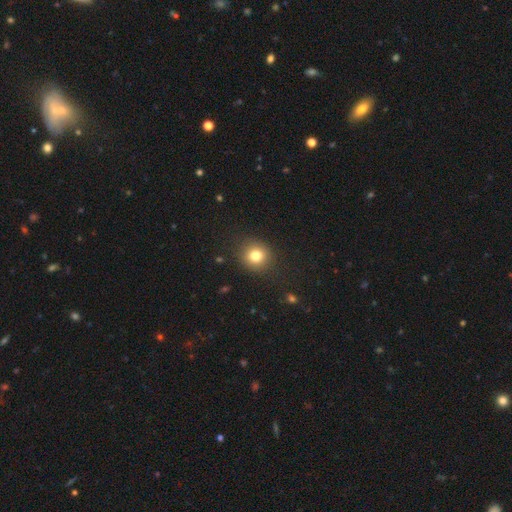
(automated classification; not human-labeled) The model was most divided on "smooth or featured": smooth: 79%, star or artifact: 12%, featured or disk: 9%. More confident: merging — none (88%); how rounded — round (86%).